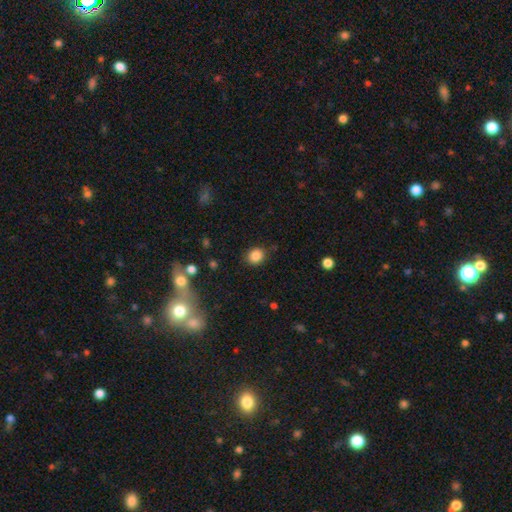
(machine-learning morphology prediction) Overall: smooth (85%). How rounded: round (68%; in between 31%). Merging: none (83%).